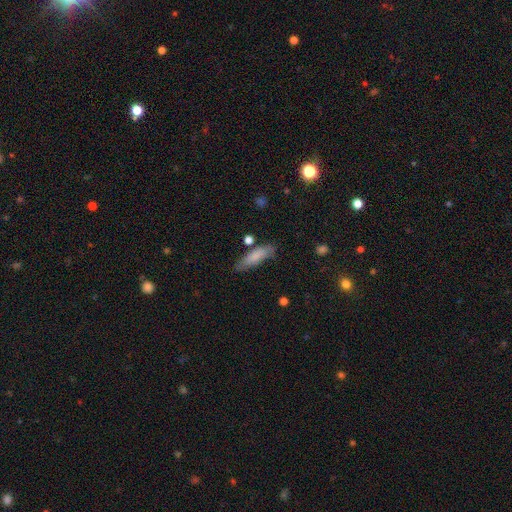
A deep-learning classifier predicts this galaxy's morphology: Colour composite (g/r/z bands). It shows a smooth galaxy with no disk features (80%) that is cigar-shaped (58%). Merging: none (75%).